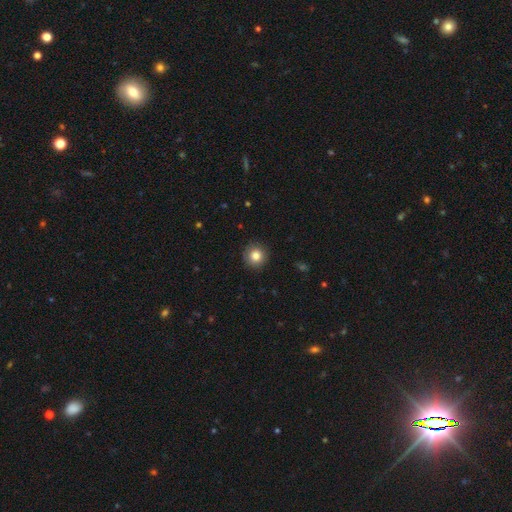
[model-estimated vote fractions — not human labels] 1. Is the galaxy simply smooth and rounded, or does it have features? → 84% smooth, 9% star or artifact, 7% featured or disk.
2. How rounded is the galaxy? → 94% round, 5% in between, 1% cigar-shaped.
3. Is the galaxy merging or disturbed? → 90% none, 7% minor disturbance, 2% major disturbance, 1% merger.